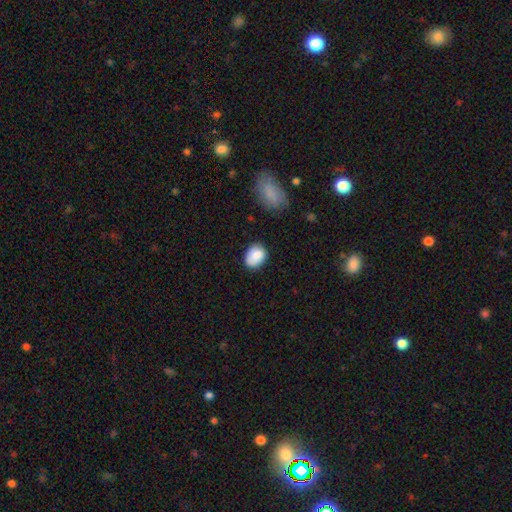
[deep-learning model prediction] This appears to be a smooth galaxy with no disk features (84%) that is in between round and cigar-shaped (62%). Merging: none (70%).